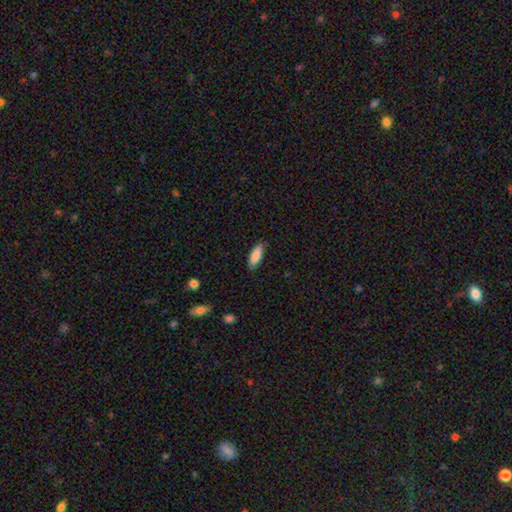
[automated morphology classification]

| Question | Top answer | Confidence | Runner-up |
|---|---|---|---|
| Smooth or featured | smooth | 86% | featured or disk (7%) |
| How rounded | in between | 67% | cigar-shaped (31%) |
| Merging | none | 76% | minor disturbance (20%) |